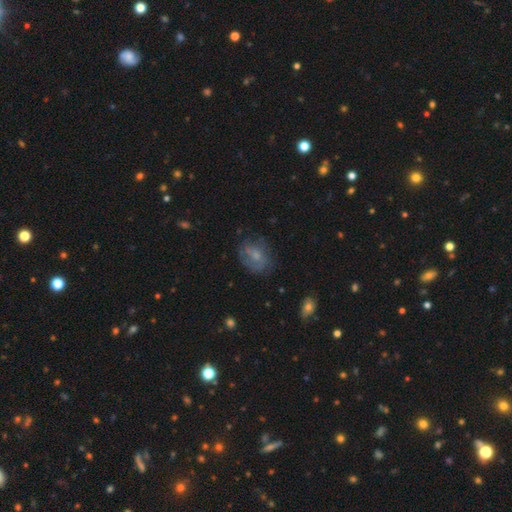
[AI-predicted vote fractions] A smooth galaxy with no disk features (55%) that is in between round and cigar-shaped (60%). Merging: none (59%).